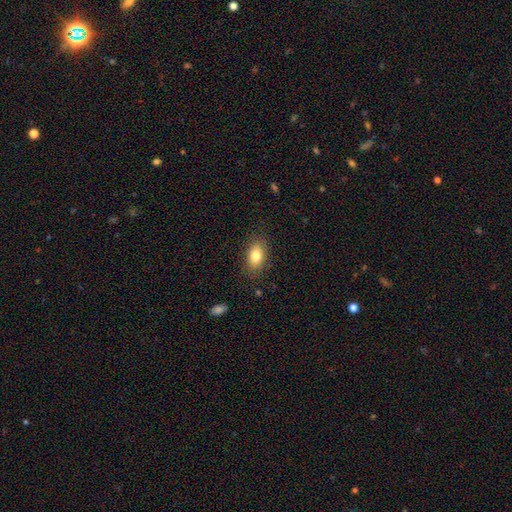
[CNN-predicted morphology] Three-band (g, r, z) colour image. It shows a smooth galaxy with no disk features (80%) that is in between round and cigar-shaped (87%). Merging: none (84%).